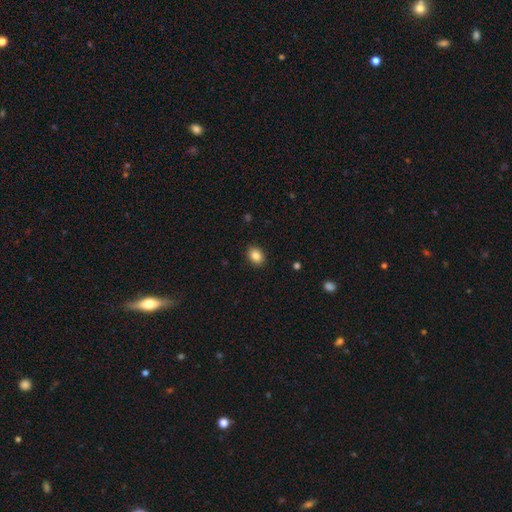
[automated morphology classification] This is clearly a smooth galaxy (86%). How rounded: likely in between (63%). Merging: clearly none (90%).